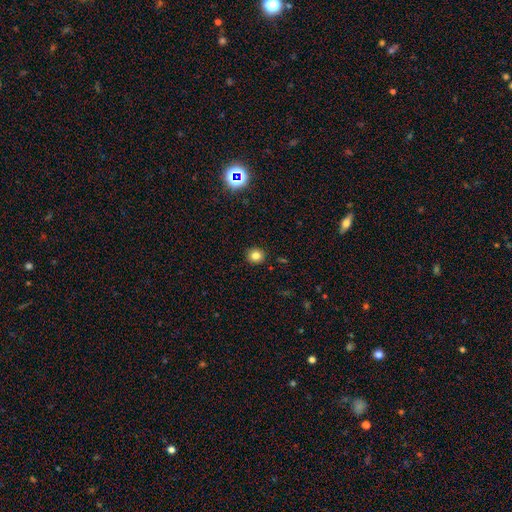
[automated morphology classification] smooth 81%, star or artifact 13%, featured or disk 6%. Down the decision tree: how rounded — round (88%); merging — none (91%).